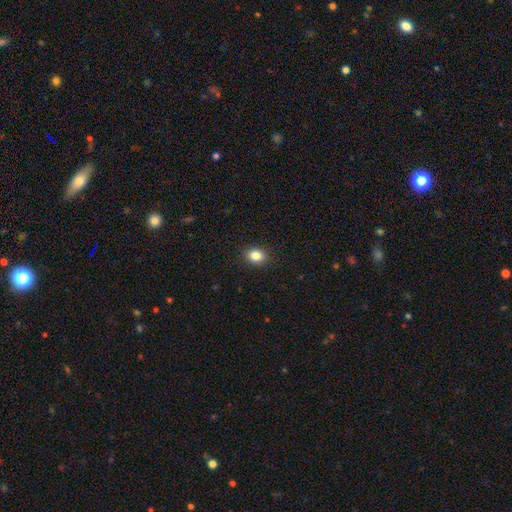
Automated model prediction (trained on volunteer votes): This is clearly a smooth galaxy (84%). How rounded: possibly in between (54%). Merging: clearly none (90%).